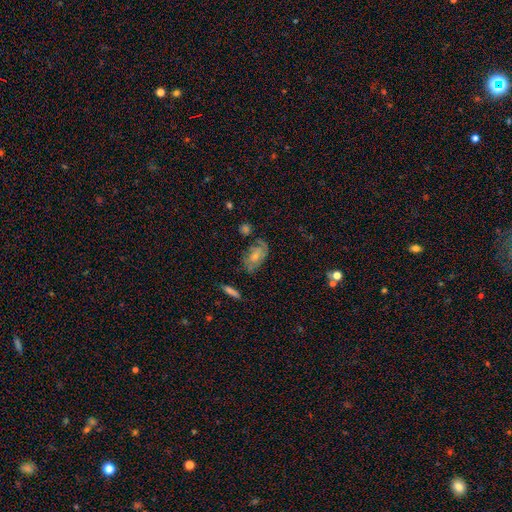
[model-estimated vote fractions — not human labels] The model was most divided on "smooth or featured": featured or disk: 53%, smooth: 37%, star or artifact: 9%. More confident: edge-on disk — no (93%); merging — none (58%).